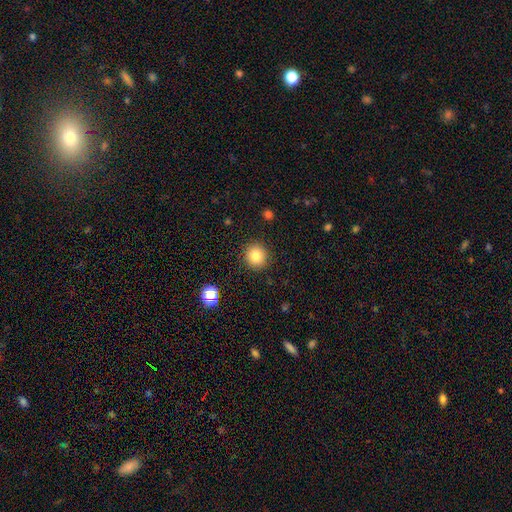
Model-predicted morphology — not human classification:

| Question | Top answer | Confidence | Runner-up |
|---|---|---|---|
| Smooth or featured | smooth | 83% | star or artifact (11%) |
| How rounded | round | 93% | in between (6%) |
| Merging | none | 91% | minor disturbance (6%) |